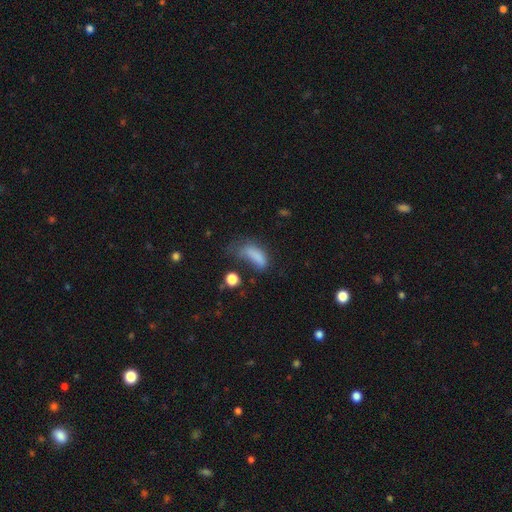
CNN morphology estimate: A smooth galaxy with no disk features (74%) that is in between round and cigar-shaped (75%).

Vote fractions:
- Smooth or featured? smooth: 74% / featured or disk: 14% / star or artifact: 12%
- How rounded? in between: 75% / cigar-shaped: 19% / round: 6%
- Merging? major disturbance: 46% / minor disturbance: 24% / none: 23% / merger: 7%